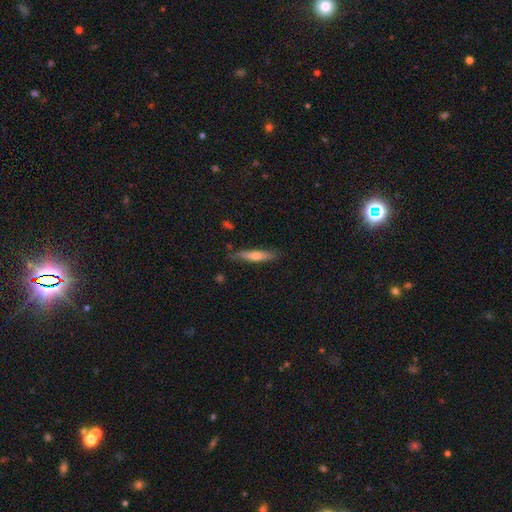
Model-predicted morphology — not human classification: smooth-or-featured: smooth: 52% | featured or disk: 41% | star or artifact: 6%
  how-rounded: cigar-shaped: 87% | in between: 11% | round: 2%
  merging: none: 80% | minor disturbance: 15% | major disturbance: 3% | merger: 2%